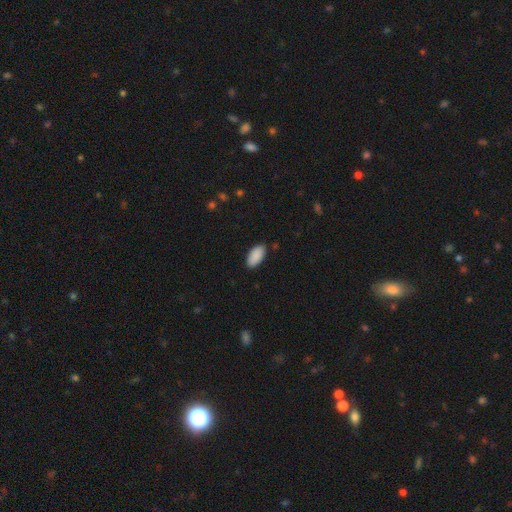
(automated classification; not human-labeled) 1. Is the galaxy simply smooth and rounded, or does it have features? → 91% smooth, 6% star or artifact, 3% featured or disk.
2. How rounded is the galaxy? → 94% in between, 4% cigar-shaped, 2% round.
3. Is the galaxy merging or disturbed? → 87% none, 10% minor disturbance, 2% major disturbance, 1% merger.